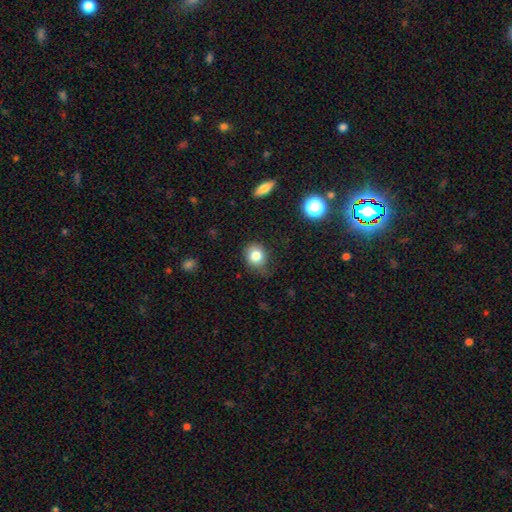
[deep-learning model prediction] Morphology: type=smooth (80%); roundness=round (66%); merging=none (65%).